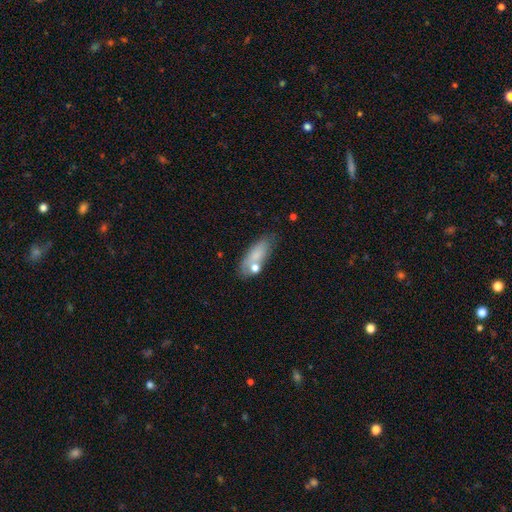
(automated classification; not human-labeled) A smooth galaxy with no disk features (73%) that is in between round and cigar-shaped (78%).

Vote fractions:
- Smooth or featured? smooth: 73% / featured or disk: 19% / star or artifact: 8%
- How rounded? in between: 78% / cigar-shaped: 19% / round: 4%
- Merging? none: 57% / minor disturbance: 22% / merger: 14% / major disturbance: 7%